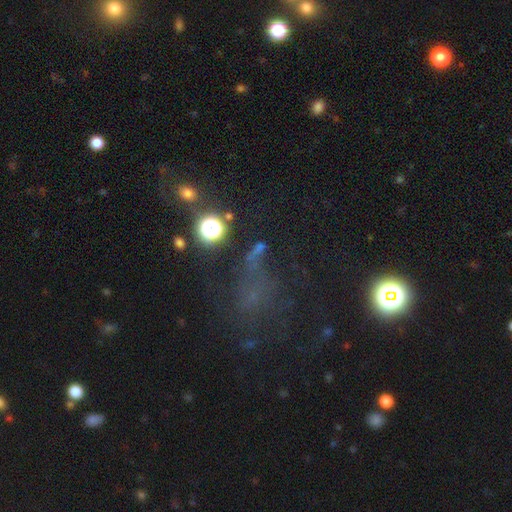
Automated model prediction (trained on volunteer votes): smooth_or_featured: star or artifact (p=0.52) [alt: smooth p=0.30]